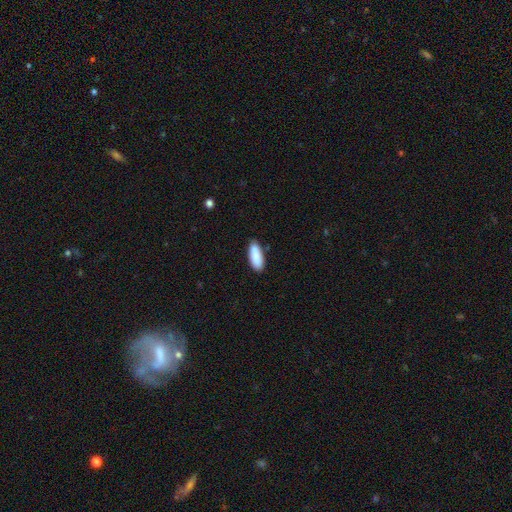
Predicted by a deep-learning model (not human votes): Smooth or featured?
  - smooth: 90% *
  - star or artifact: 6%
  - featured or disk: 4%
How rounded?
  - in between: 77% *
  - cigar-shaped: 22%
  - round: 2%
Merging?
  - none: 85% *
  - minor disturbance: 11%
  - major disturbance: 2%
  - merger: 2%